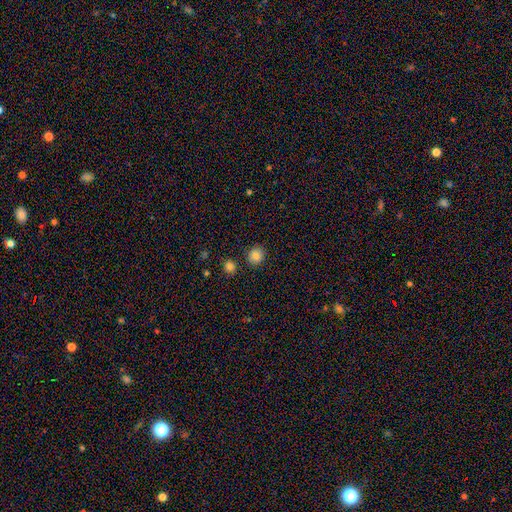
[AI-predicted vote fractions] Q: Smooth or featured?
A: smooth (84%); runner-up: star or artifact (11%)
Q: How rounded?
A: round (89%); runner-up: in between (10%)
Q: Merging?
A: none (88%); runner-up: minor disturbance (7%)